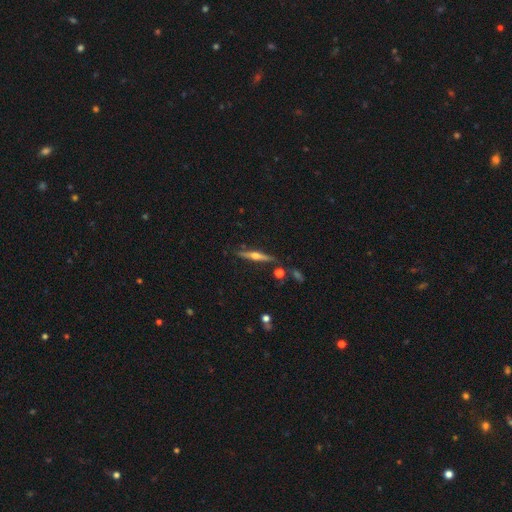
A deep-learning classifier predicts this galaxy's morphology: Q: Smooth or featured?
A: featured or disk (70%); runner-up: smooth (23%)
Q: Edge-on disk?
A: yes (97%); runner-up: no (3%)
Q: Edge-on bulge?
A: rounded (91%); runner-up: boxy (4%)
Q: Merging?
A: none (84%); runner-up: minor disturbance (10%)